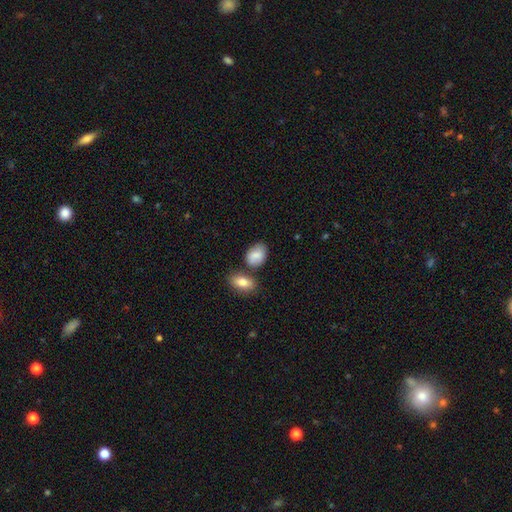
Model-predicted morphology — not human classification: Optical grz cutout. It shows a smooth galaxy with no disk features (83%) that is in between round and cigar-shaped (77%). Merging: none (63%).